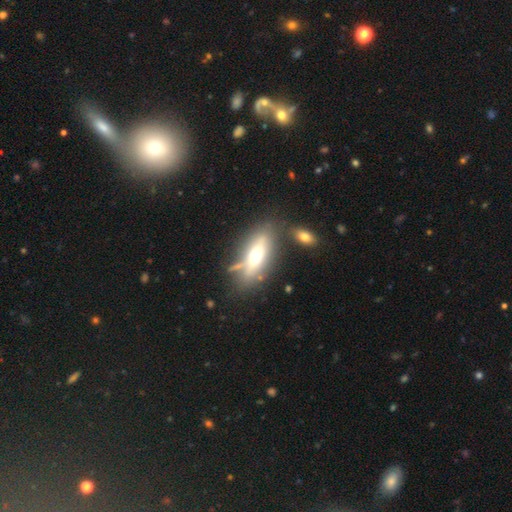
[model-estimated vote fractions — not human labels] This appears to be a smooth galaxy with no disk features (50%) that is in between round and cigar-shaped (59%). Merging: none (66%).